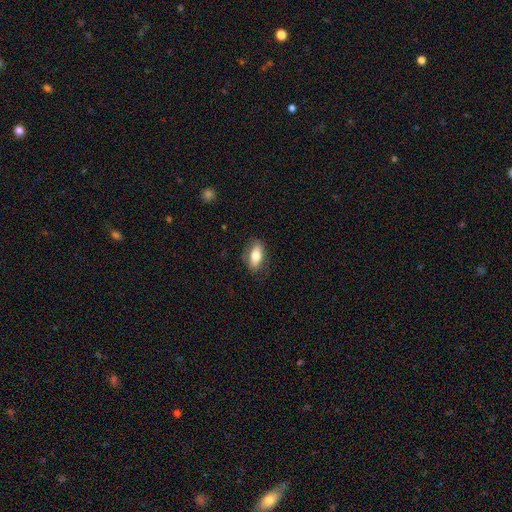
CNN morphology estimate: The model was most divided on "smooth or featured": smooth: 71%, featured or disk: 22%, star or artifact: 7%. More confident: merging — none (81%); how rounded — in between (80%).